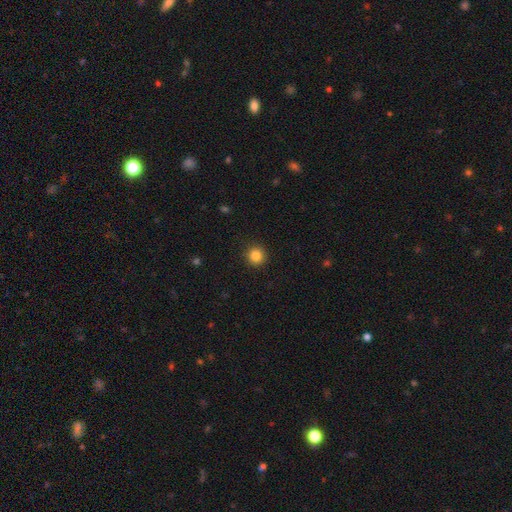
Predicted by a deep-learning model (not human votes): smooth_or_featured: smooth (p=0.85) [alt: star or artifact p=0.11]
how_rounded: round (p=0.94) [alt: in between p=0.06]
merging: none (p=0.92) [alt: minor disturbance p=0.05]